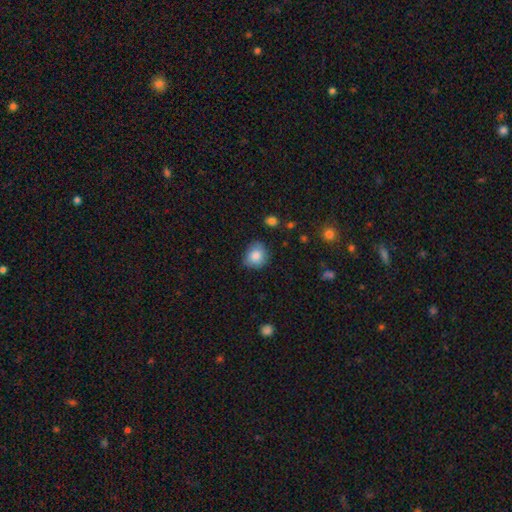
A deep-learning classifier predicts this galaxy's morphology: Smooth or featured? Predicted: smooth (p=0.85). How rounded? Predicted: round (p=0.72). Merging? Predicted: none (p=0.71).